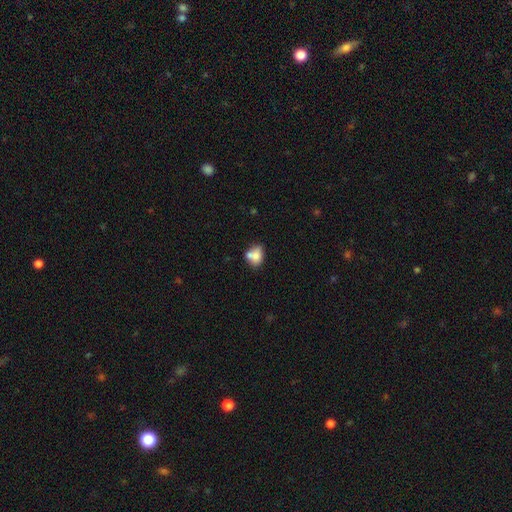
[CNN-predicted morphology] Smooth or featured?
  - smooth: 72% *
  - featured or disk: 20%
  - star or artifact: 9%
How rounded?
  - in between: 66% *
  - round: 32%
  - cigar-shaped: 2%
Merging?
  - merger: 39% *
  - none: 38%
  - minor disturbance: 17%
  - major disturbance: 6%